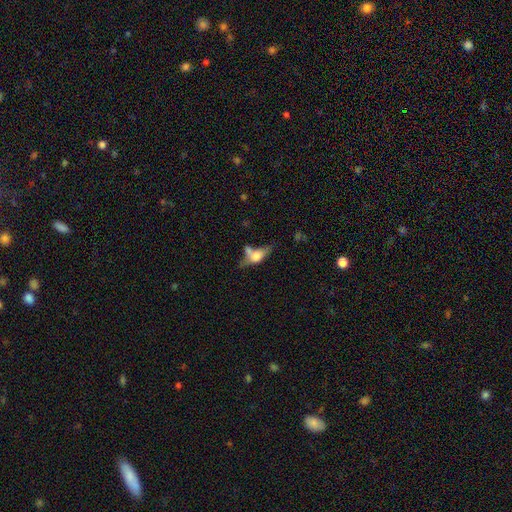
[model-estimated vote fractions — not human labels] Smooth or featured? Predicted: smooth (p=0.49). Merging? Predicted: none (p=0.38).